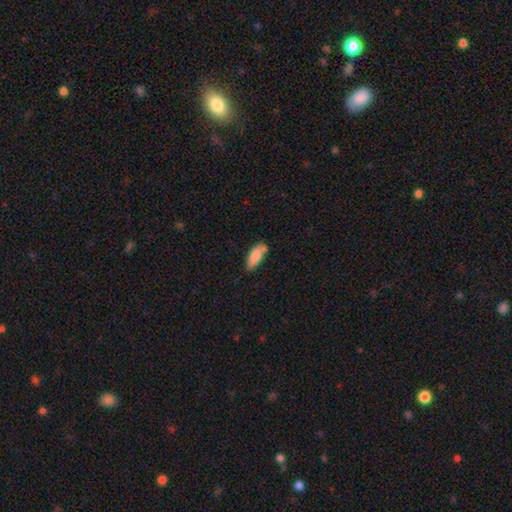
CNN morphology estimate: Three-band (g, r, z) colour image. It shows a smooth galaxy with no disk features (83%) that is in between round and cigar-shaped (74%). Merging: none (57%).